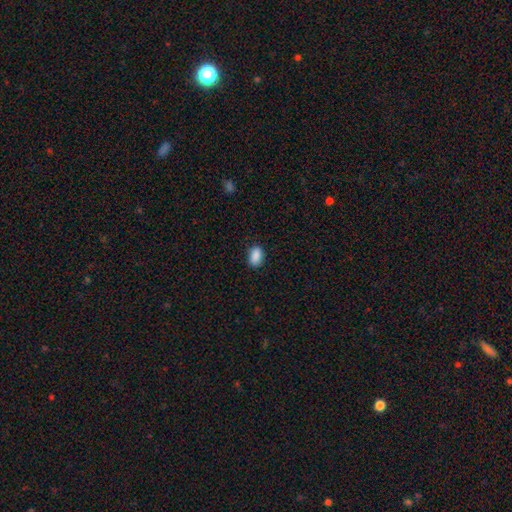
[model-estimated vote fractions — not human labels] The model was most divided on "merging": none: 86%, minor disturbance: 11%, major disturbance: 2%, merger: 1%. More confident: smooth or featured — smooth (90%); how rounded — in between (89%).